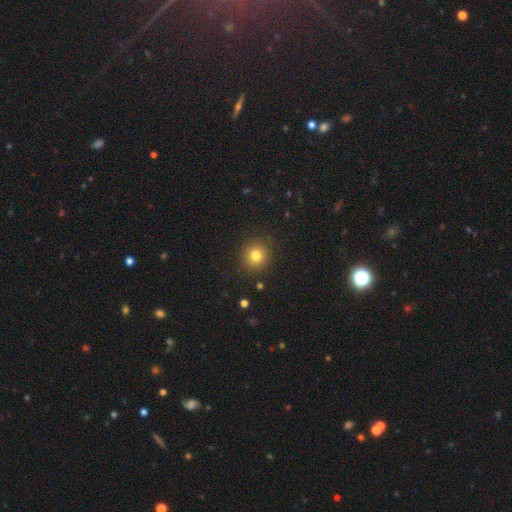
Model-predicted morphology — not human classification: smooth_or_featured: smooth (p=0.79) [alt: star or artifact p=0.14]
how_rounded: round (p=0.91) [alt: in between p=0.08]
merging: none (p=0.90) [alt: minor disturbance p=0.07]